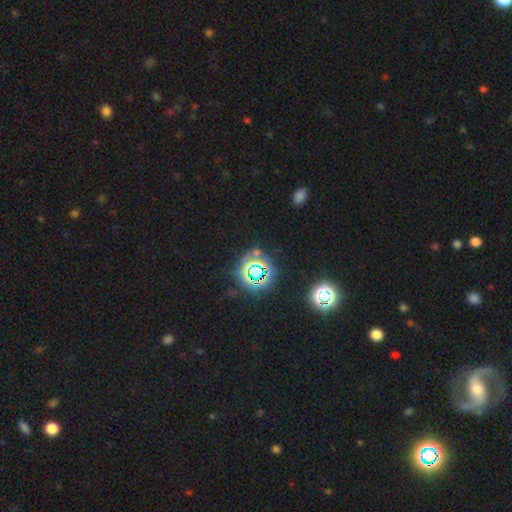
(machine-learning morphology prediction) A star or artifact, not a galaxy (74%).

Vote fractions:
- Smooth or featured? star or artifact: 74% / smooth: 16% / featured or disk: 10%